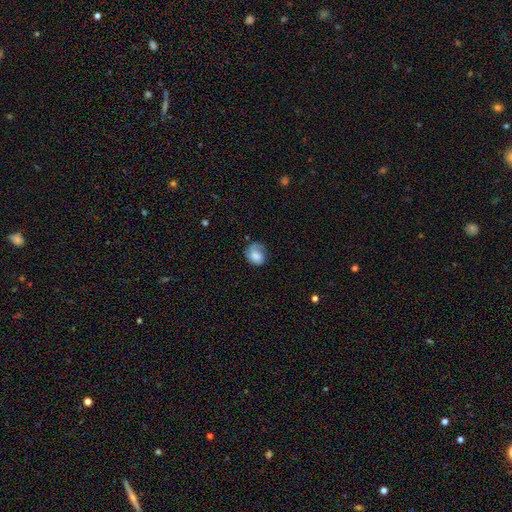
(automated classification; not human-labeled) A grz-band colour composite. It shows a smooth galaxy with no disk features (58%) that is round (62%). Merging: none (53%).